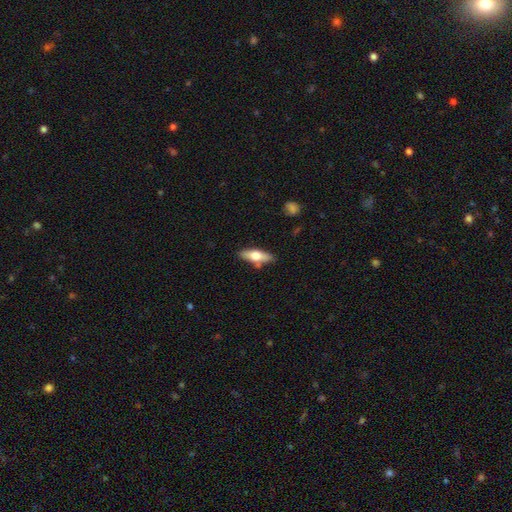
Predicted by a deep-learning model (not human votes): This appears to be a smooth galaxy with no disk features (57%) that is in between round and cigar-shaped (57%). Merging: none (80%).